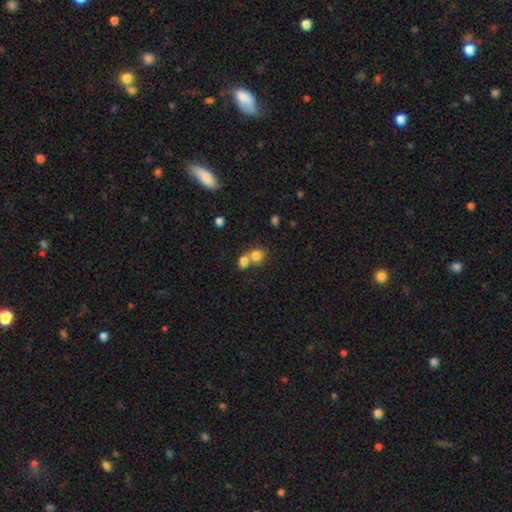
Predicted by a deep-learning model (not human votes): smooth 80%, star or artifact 10%, featured or disk 10%. Down the decision tree: how rounded — round (68%); merging — merger (58%).